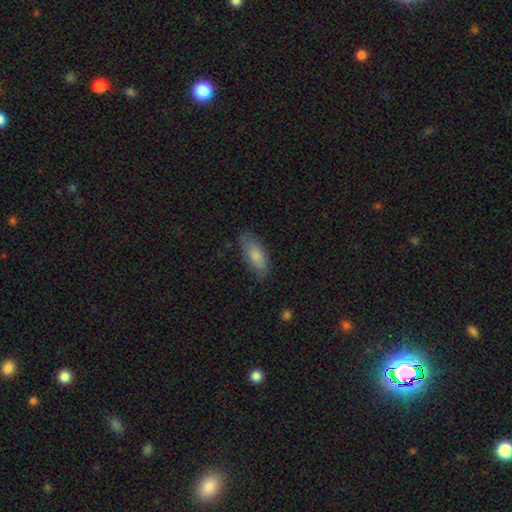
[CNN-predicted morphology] Q: Smooth or featured?
A: smooth (76%); runner-up: featured or disk (17%)
Q: How rounded?
A: in between (71%); runner-up: cigar-shaped (26%)
Q: Merging?
A: none (78%); runner-up: minor disturbance (17%)